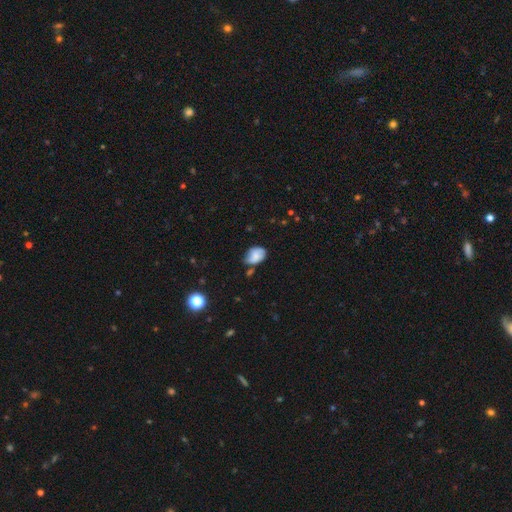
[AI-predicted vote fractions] Smooth or featured? Predicted: smooth (p=0.64). How rounded? Predicted: in between (p=0.72). Merging? Predicted: none (p=0.43).